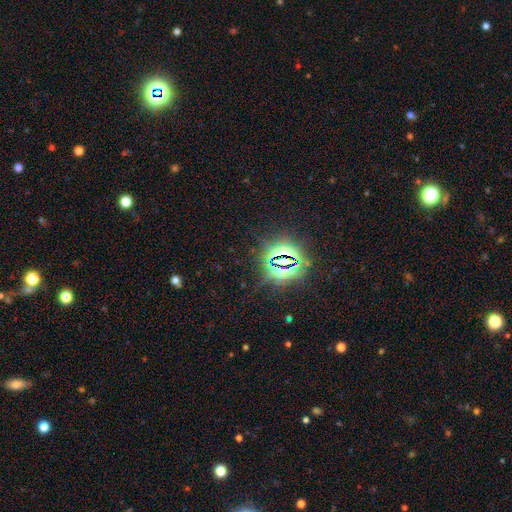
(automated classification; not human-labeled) Smooth or featured?
  - star or artifact: 79% *
  - smooth: 13%
  - featured or disk: 8%